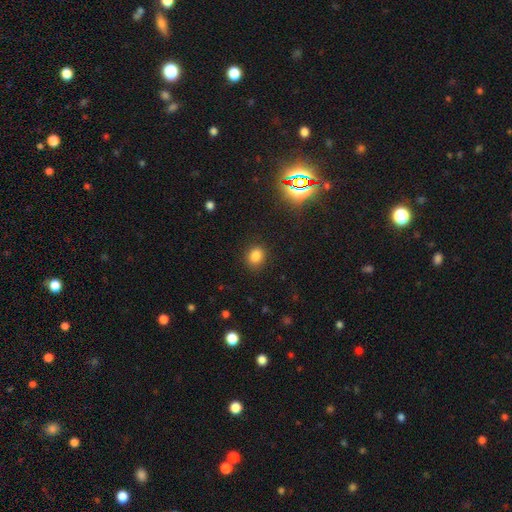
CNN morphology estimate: Q: Smooth or featured?
A: smooth (81%); runner-up: star or artifact (14%)
Q: How rounded?
A: round (61%); runner-up: in between (38%)
Q: Merging?
A: none (86%); runner-up: minor disturbance (9%)